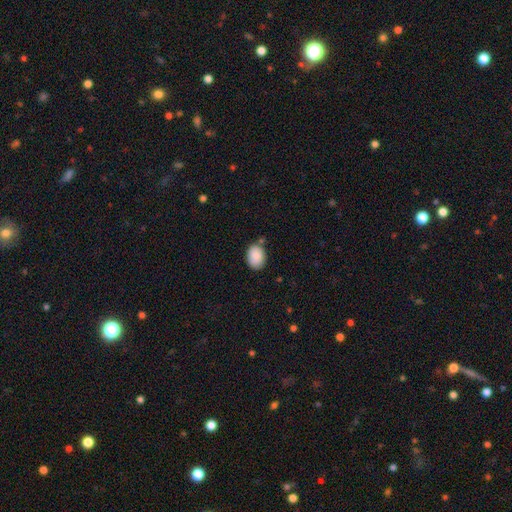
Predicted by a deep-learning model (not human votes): Smooth or featured: smooth — 88% (star or artifact — 7%)
How rounded: in between — 77% (round — 22%)
Merging: none — 74% (minor disturbance — 17%)